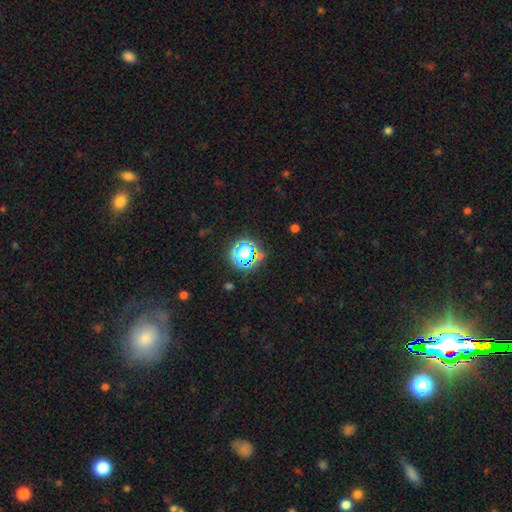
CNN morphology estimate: Smooth or featured?
  - star or artifact: 63% *
  - smooth: 28%
  - featured or disk: 9%